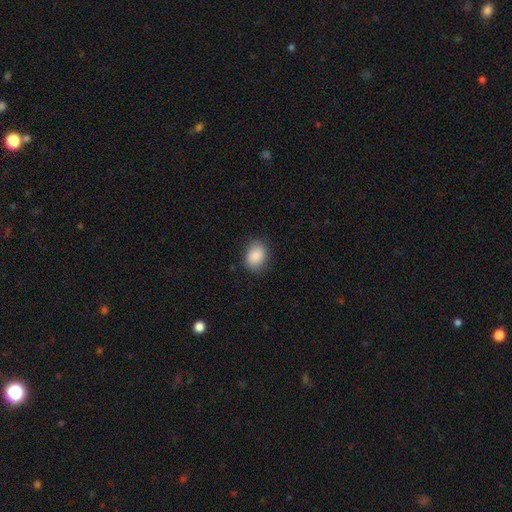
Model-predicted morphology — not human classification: smooth_or_featured: smooth (p=0.88) [alt: star or artifact p=0.07]
how_rounded: in between (p=0.66) [alt: round p=0.33]
merging: none (p=0.82) [alt: minor disturbance p=0.14]